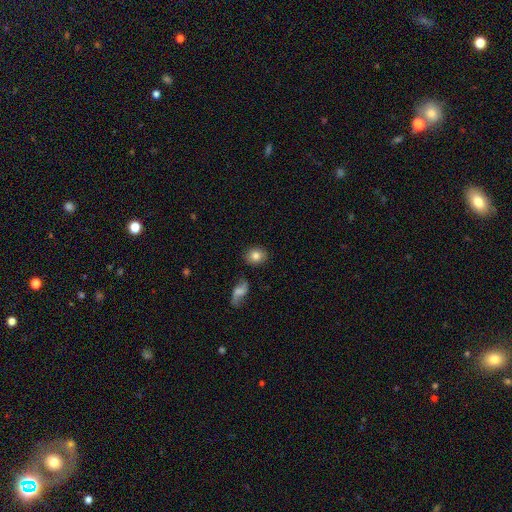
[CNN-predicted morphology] smooth 80%, featured or disk 11%, star or artifact 9%. Down the decision tree: how rounded — round (69%); merging — none (85%).